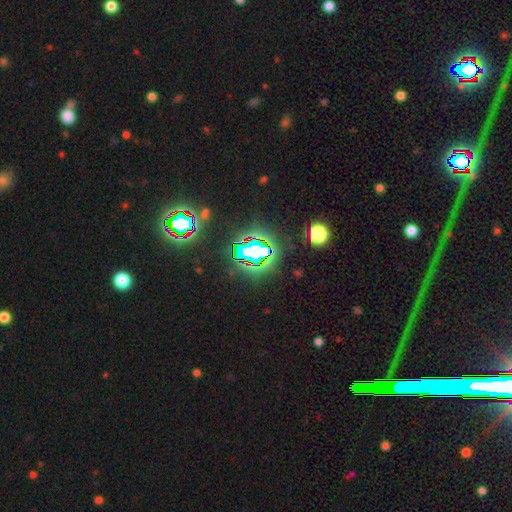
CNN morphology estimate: Q: Smooth or featured?
A: star or artifact (80%); runner-up: smooth (12%)